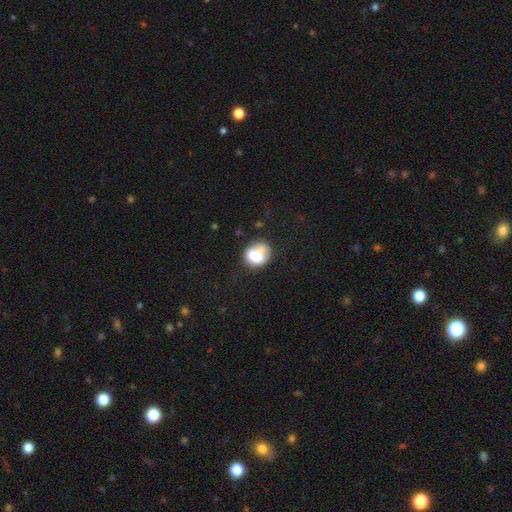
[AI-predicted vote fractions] Q: Smooth or featured?
A: smooth (71%); runner-up: featured or disk (19%)
Q: How rounded?
A: round (65%); runner-up: in between (34%)
Q: Merging?
A: none (42%); runner-up: minor disturbance (27%)